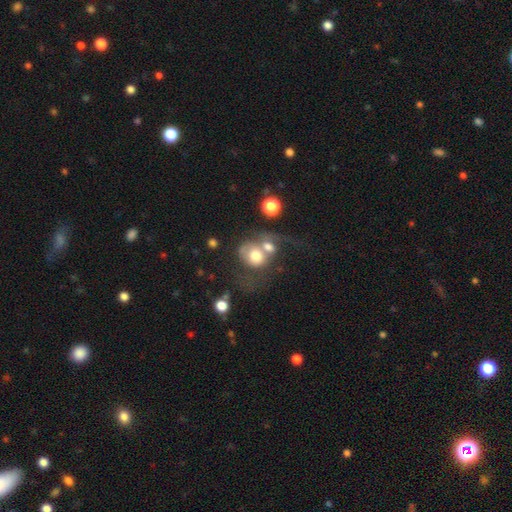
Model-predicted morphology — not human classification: Q: Smooth or featured?
A: smooth (62%); runner-up: featured or disk (29%)
Q: How rounded?
A: round (60%); runner-up: in between (39%)
Q: Merging?
A: merger (63%); runner-up: major disturbance (16%)